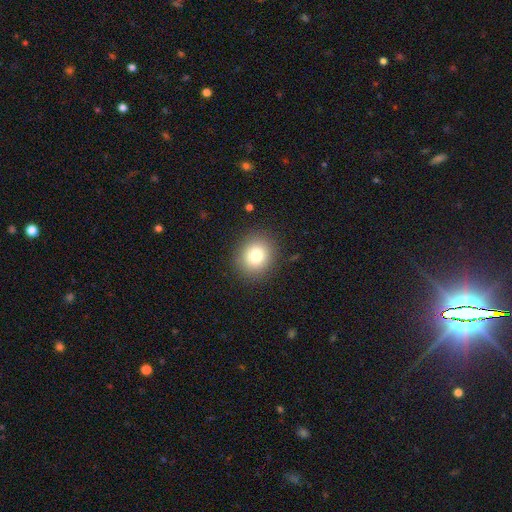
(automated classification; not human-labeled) A smooth galaxy with no disk features (78%) that is round (81%). Merging: none (88%).